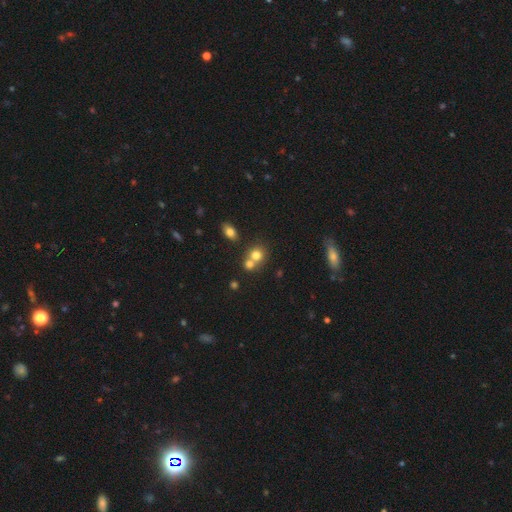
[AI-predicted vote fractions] Smooth or featured? Predicted: smooth (p=0.75). How rounded? Predicted: round (p=0.78). Merging? Predicted: merger (p=0.47).